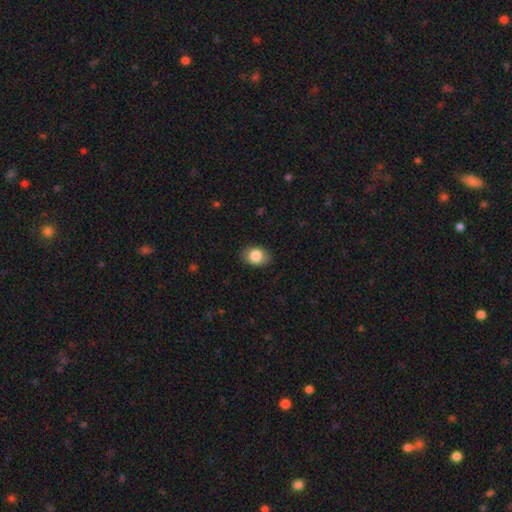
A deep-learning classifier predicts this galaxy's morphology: Smooth or featured? smooth (83%)
How rounded? in between (70%)
Merging? none (83%)